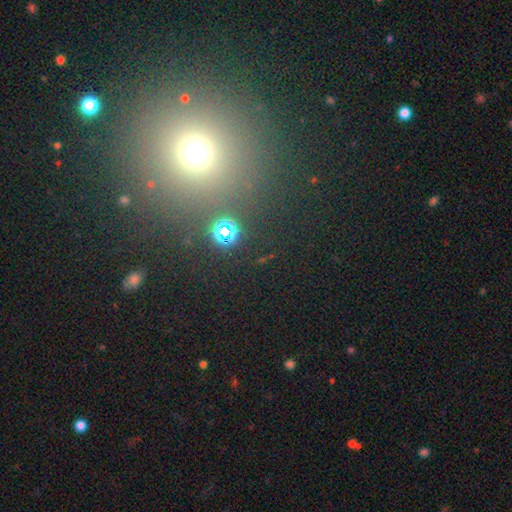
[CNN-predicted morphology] Smooth or featured? Predicted: smooth (p=0.52). How rounded? Predicted: round (p=0.91). Merging? Predicted: none (p=0.86).